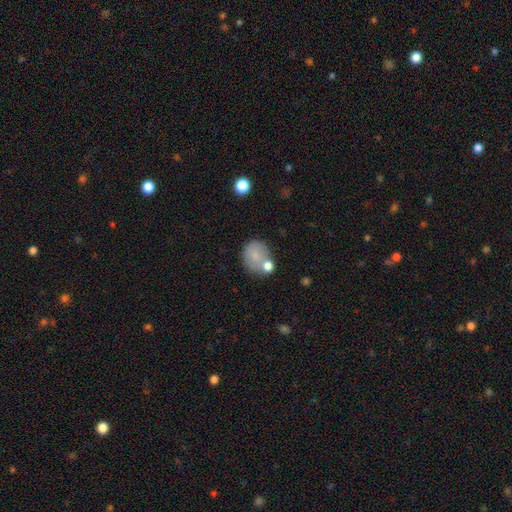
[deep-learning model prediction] This is likely a smooth galaxy (76%). How rounded: likely round (70%). Merging: possibly none (55%).